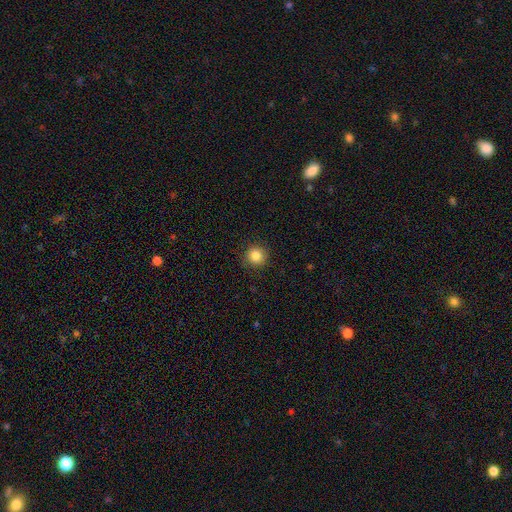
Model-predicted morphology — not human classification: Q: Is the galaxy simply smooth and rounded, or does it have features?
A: smooth — 85%.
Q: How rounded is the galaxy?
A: round — 94%.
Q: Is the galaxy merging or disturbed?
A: none — 89%.